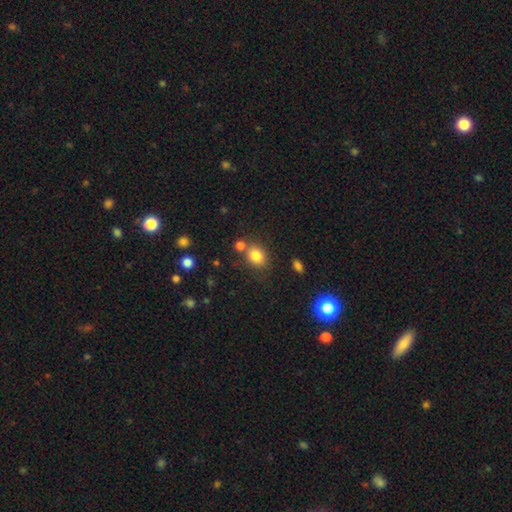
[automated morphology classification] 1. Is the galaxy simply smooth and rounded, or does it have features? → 82% smooth, 11% star or artifact, 7% featured or disk.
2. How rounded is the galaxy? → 59% round, 40% in between, 1% cigar-shaped.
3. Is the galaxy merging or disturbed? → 65% none, 19% merger, 12% minor disturbance, 4% major disturbance.